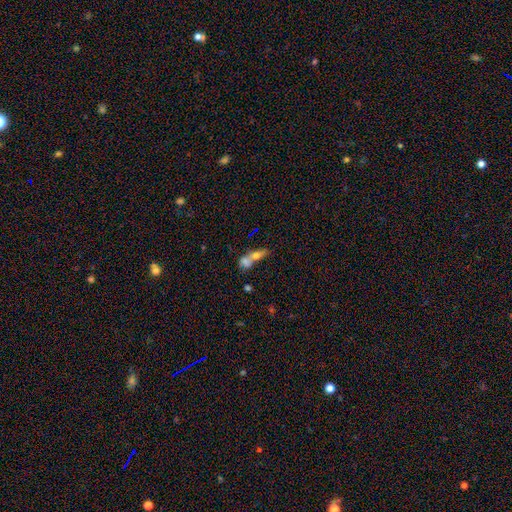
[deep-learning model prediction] This is possibly a smooth galaxy (59%). How rounded: possibly in between (53%). Merging: likely merger (65%).